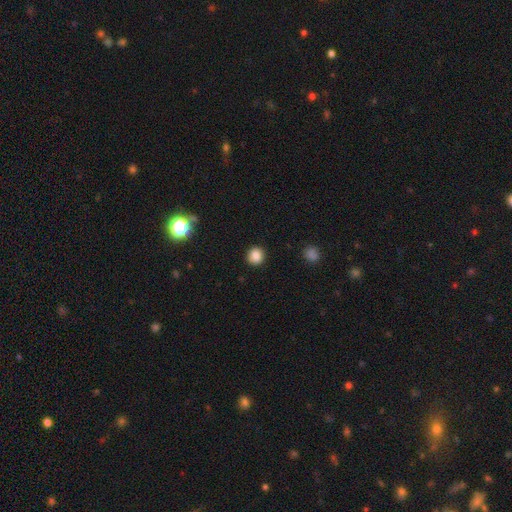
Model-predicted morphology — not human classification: smooth_or_featured: smooth (p=0.85) [alt: star or artifact p=0.11]
how_rounded: round (p=0.89) [alt: in between p=0.10]
merging: none (p=0.90) [alt: minor disturbance p=0.06]